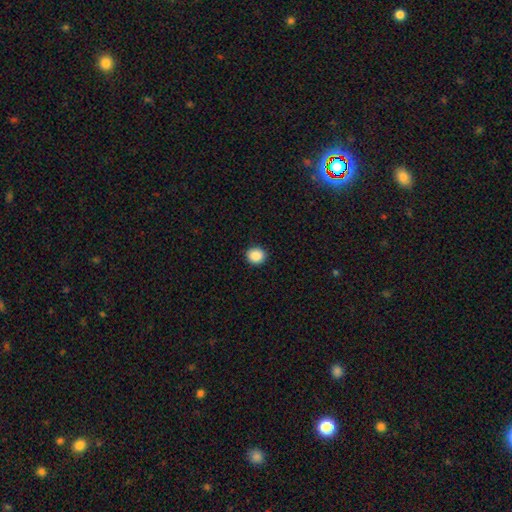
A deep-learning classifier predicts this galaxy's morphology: This appears to be a smooth galaxy with no disk features (89%) that is round (87%). Merging: none (92%).